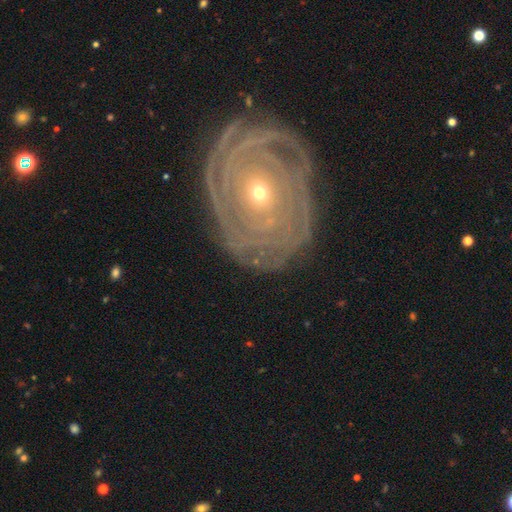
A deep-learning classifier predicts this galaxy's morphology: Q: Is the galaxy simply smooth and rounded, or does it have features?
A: featured or disk — 86%.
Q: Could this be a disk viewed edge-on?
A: no — 96%.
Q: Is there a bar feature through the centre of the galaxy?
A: no — 74%.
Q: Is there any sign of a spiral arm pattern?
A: yes — 95%.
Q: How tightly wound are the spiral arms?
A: tight — 87%.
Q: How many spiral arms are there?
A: can't tell — 28%.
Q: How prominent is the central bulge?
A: small — 68%.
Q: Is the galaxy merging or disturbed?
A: none — 80%.